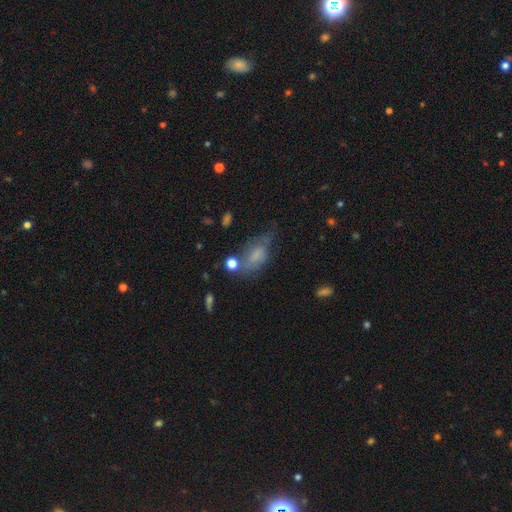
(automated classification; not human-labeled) smooth_or_featured: smooth (p=0.59) [alt: featured or disk p=0.27]
how_rounded: in between (p=0.84) [alt: round p=0.09]
merging: none (p=0.35) [alt: minor disturbance p=0.31]